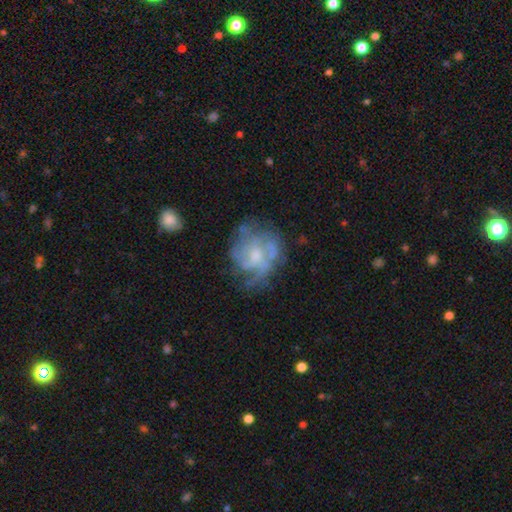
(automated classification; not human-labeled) A featured or disk galaxy (71%) with no bar (66%), spiral arms (69%) and a moderate central bulge (41%, tied with small).

Vote fractions:
- Smooth or featured? featured or disk: 71% / smooth: 20% / star or artifact: 9%
- Edge-on disk? no: 98% / yes: 2%
- Bar? no: 66% / weak: 30% / strong: 4%
- Spiral arms? yes: 69% / no: 31%
- Bulge size? moderate: 41% (tied) / small: 41% (tied) / none: 13% / large: 4% / dominant: 1%
- Merging? none: 53% / minor disturbance: 23% / major disturbance: 21% / merger: 3%